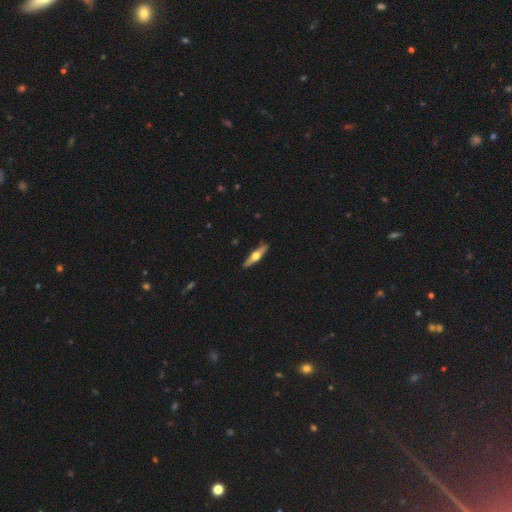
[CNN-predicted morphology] A featured or disk galaxy (61%) viewed edge-on (94%) with a rounded central bulge (94%). Merging: none (90%).